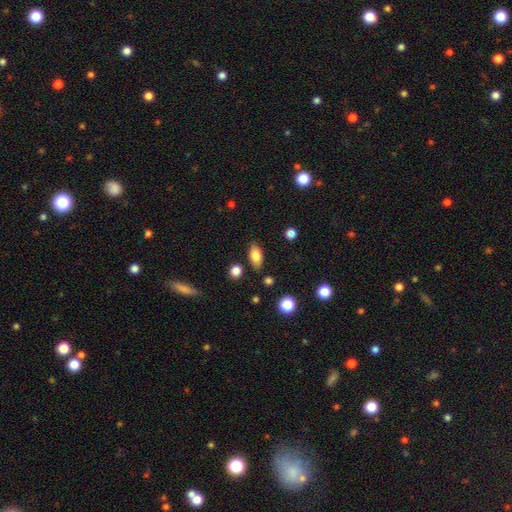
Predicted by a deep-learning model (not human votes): A smooth galaxy with no disk features (79%) that is in between round and cigar-shaped (86%). Merging: none (80%).